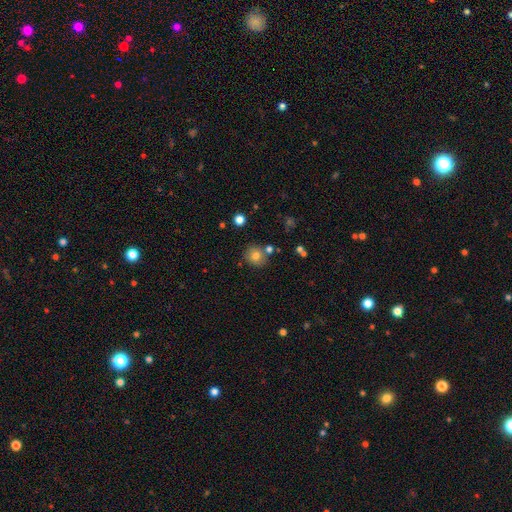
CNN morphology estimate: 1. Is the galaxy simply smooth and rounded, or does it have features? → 78% smooth, 12% star or artifact, 10% featured or disk.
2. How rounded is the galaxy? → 88% round, 11% in between, 1% cigar-shaped.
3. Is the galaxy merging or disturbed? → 78% none, 10% minor disturbance, 9% merger, 3% major disturbance.